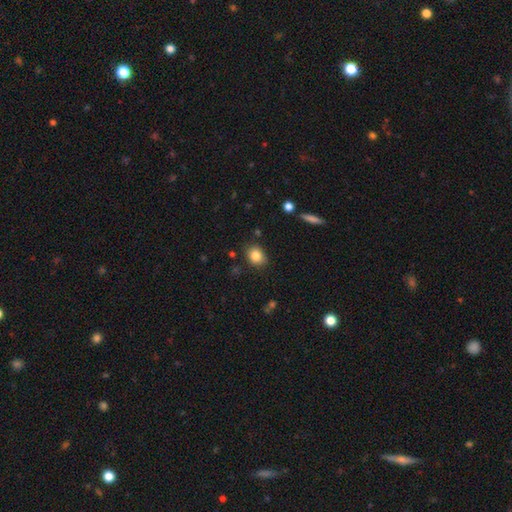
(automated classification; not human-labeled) This appears to be a smooth galaxy with no disk features (83%) that is round (50%). Merging: none (83%).